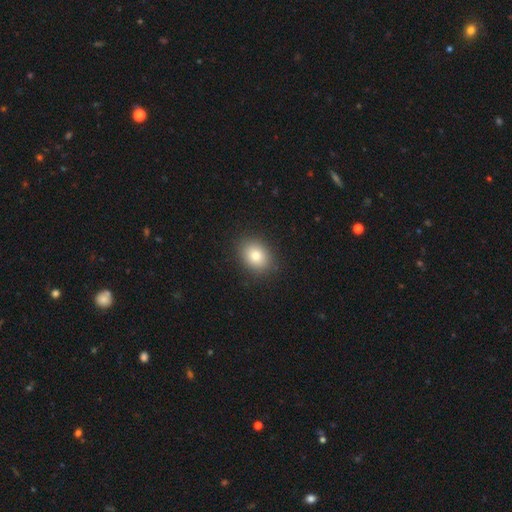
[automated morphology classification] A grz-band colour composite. It shows a smooth galaxy with no disk features (81%) that is in between round and cigar-shaped (56%). Merging: none (89%).